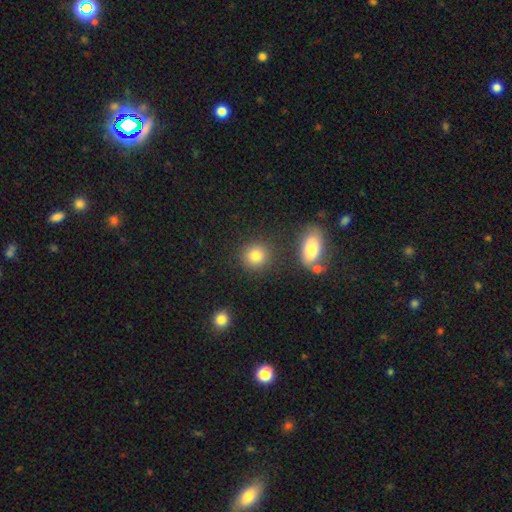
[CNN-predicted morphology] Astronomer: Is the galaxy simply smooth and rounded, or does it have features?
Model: smooth — 83%.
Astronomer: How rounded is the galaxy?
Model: round — 86%.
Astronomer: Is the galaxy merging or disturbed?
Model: none — 83%.